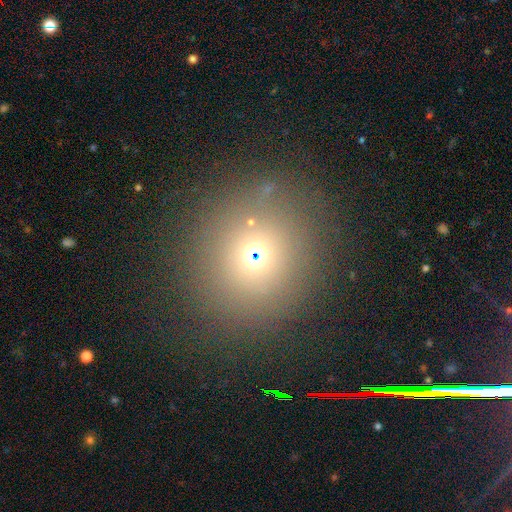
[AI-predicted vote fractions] Smooth or featured? Predicted: smooth (p=0.61). How rounded? Predicted: round (p=0.88). Merging? Predicted: none (p=0.83).